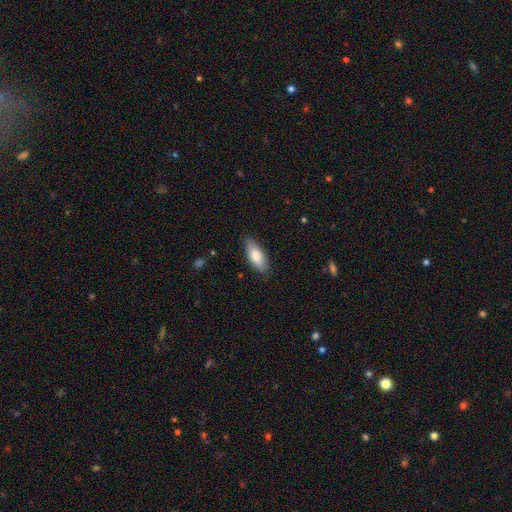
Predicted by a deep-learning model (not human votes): Overall: smooth (80%). How rounded: in between (79%). Merging: none (84%).